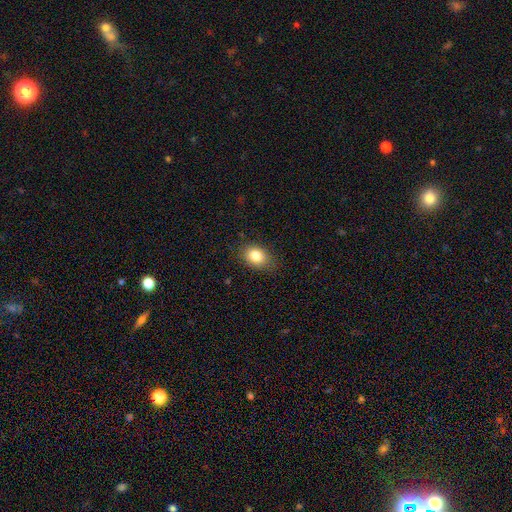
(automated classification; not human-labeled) Q: Smooth or featured?
A: smooth (83%); runner-up: star or artifact (9%)
Q: How rounded?
A: in between (71%); runner-up: round (28%)
Q: Merging?
A: none (81%); runner-up: minor disturbance (15%)